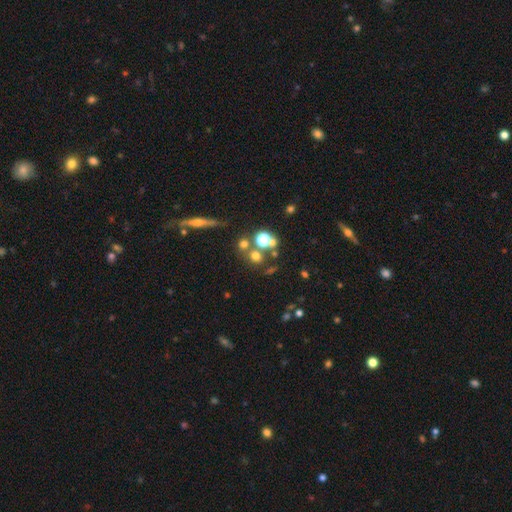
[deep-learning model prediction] Overall: smooth (61%; star or artifact 25%). How rounded: round (86%). Merging: none (62%; merger 24%).